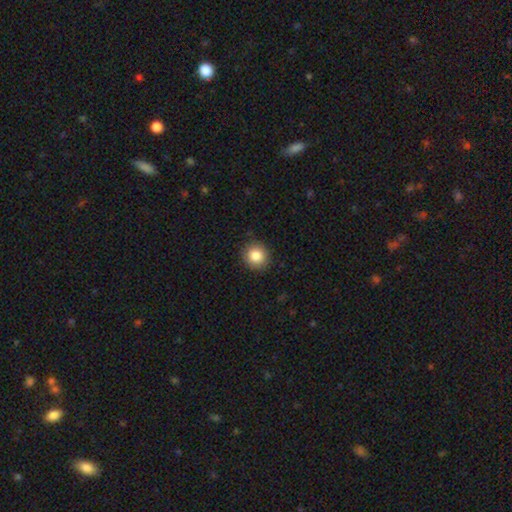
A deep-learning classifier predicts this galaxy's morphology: The model was most divided on "how rounded": round: 87%, in between: 12%, cigar-shaped: 1%. More confident: merging — none (90%); smooth or featured — smooth (85%).